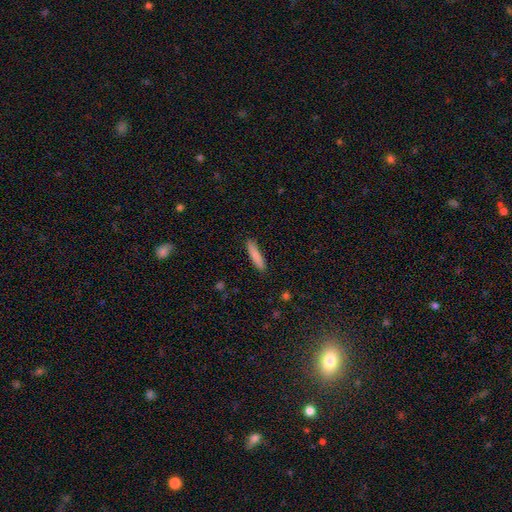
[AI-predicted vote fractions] Morphology: type=smooth (80%); roundness=cigar-shaped (86%); merging=none (89%).